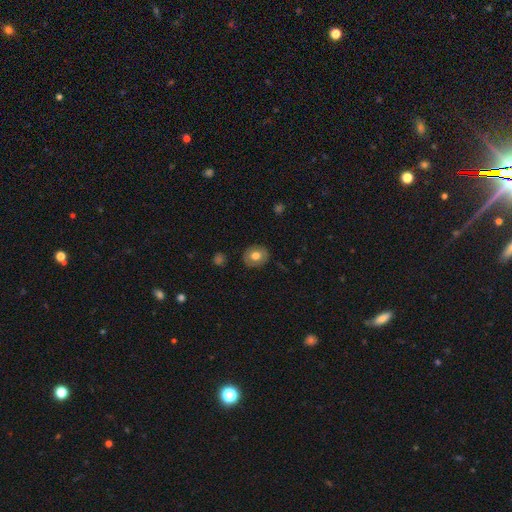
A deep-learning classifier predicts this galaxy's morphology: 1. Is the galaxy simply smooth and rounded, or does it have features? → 72% smooth, 20% featured or disk, 8% star or artifact.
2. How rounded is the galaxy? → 60% round, 39% in between, 1% cigar-shaped.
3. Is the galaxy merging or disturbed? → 87% none, 10% minor disturbance, 2% major disturbance, 1% merger.